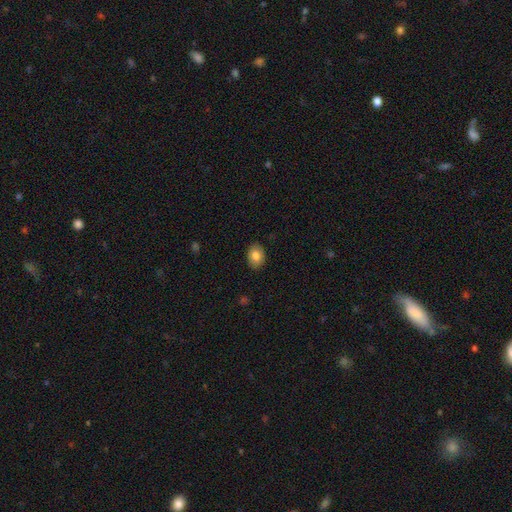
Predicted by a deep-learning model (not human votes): Smooth or featured? smooth (82%)
How rounded? in between (67%)
Merging? none (89%)